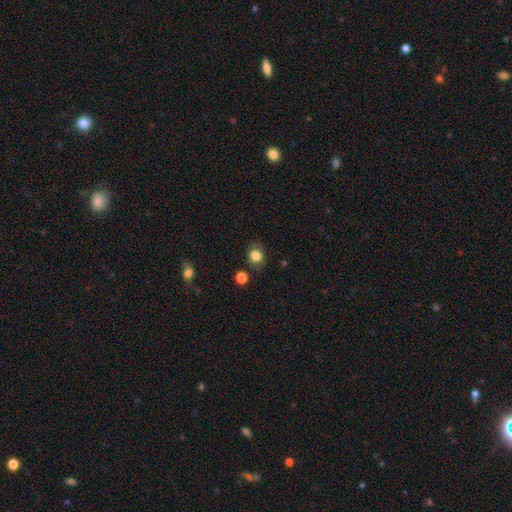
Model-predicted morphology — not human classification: Overall: smooth (83%). How rounded: round (68%; in between 31%). Merging: none (80%).